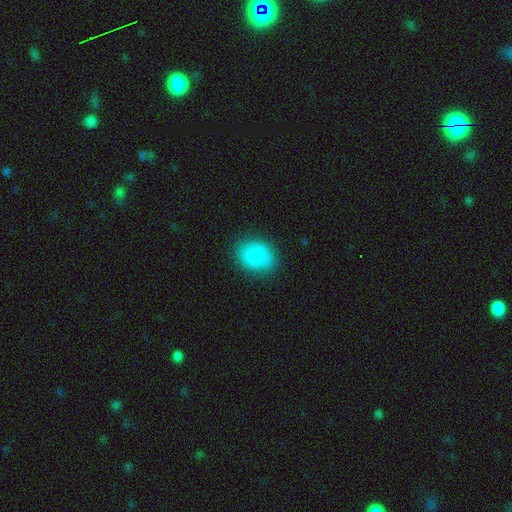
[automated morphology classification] smooth-or-featured: smooth: 80% | featured or disk: 12% | star or artifact: 8%
  how-rounded: in between: 50% | round: 49% | cigar-shaped: 1%
  merging: none: 80% | minor disturbance: 14% | major disturbance: 4% | merger: 1%